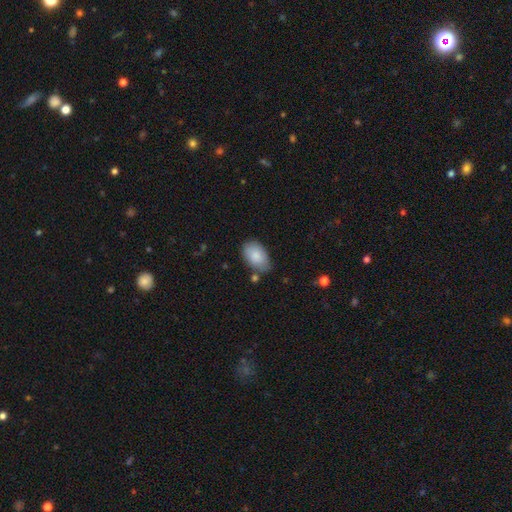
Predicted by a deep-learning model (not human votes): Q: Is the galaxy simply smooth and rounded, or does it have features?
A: smooth — 86%.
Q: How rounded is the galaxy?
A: in between — 93%.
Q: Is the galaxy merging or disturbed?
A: none — 71%.